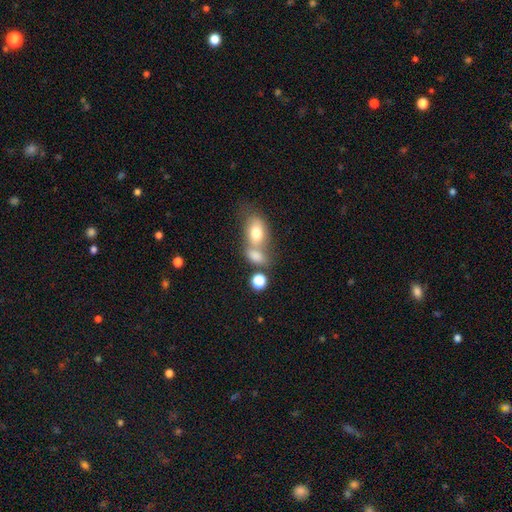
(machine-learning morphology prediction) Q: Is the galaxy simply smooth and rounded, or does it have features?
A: smooth — 76%.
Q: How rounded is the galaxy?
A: in between — 76%.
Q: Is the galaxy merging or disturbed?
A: merger — 52%.